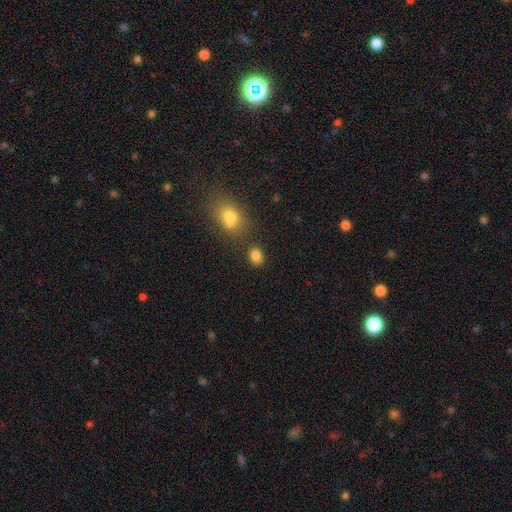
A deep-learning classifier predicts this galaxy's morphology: smooth_or_featured: smooth (p=0.84) [alt: star or artifact p=0.11]
how_rounded: in between (p=0.57) [alt: round p=0.41]
merging: none (p=0.77) [alt: minor disturbance p=0.11]